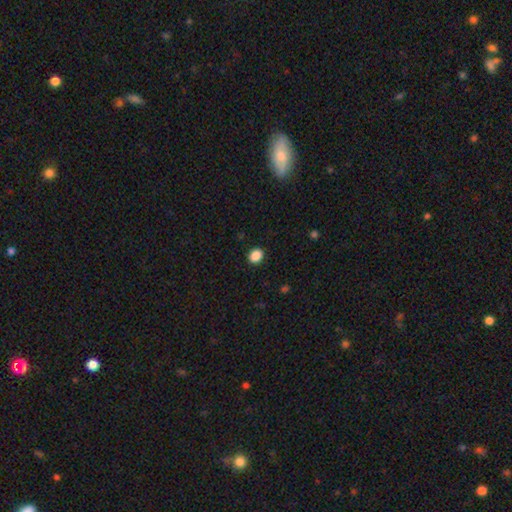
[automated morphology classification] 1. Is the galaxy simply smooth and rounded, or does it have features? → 88% smooth, 9% star or artifact, 2% featured or disk.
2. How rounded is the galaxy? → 54% round, 45% in between, 1% cigar-shaped.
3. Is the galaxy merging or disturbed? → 91% none, 7% minor disturbance, 2% major disturbance, 1% merger.